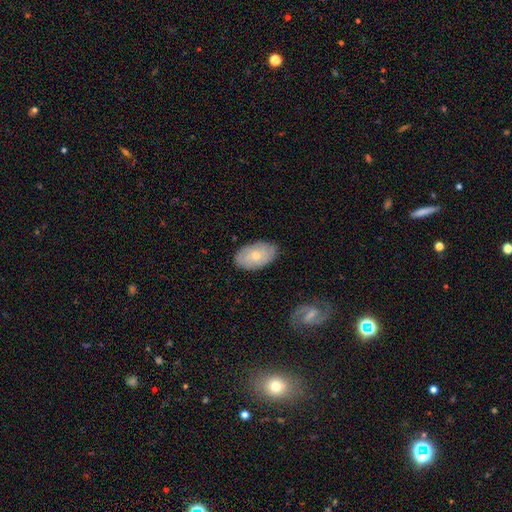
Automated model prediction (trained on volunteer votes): Smooth or featured? Predicted: smooth (p=0.52). How rounded? Predicted: in between (p=0.91). Merging? Predicted: none (p=0.81).